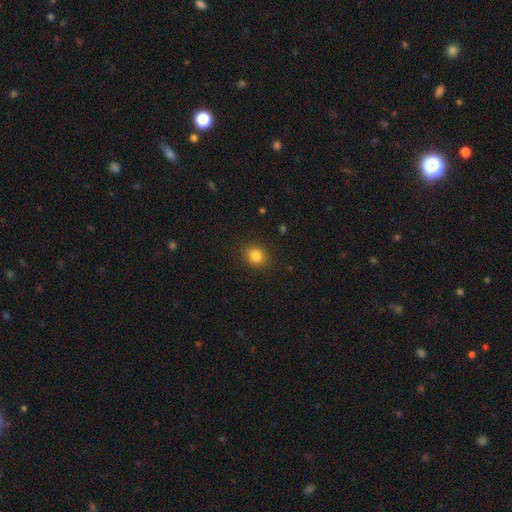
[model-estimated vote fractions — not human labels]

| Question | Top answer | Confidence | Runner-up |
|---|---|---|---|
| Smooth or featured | smooth | 83% | star or artifact (11%) |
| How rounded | round | 74% | in between (25%) |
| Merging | none | 90% | minor disturbance (7%) |